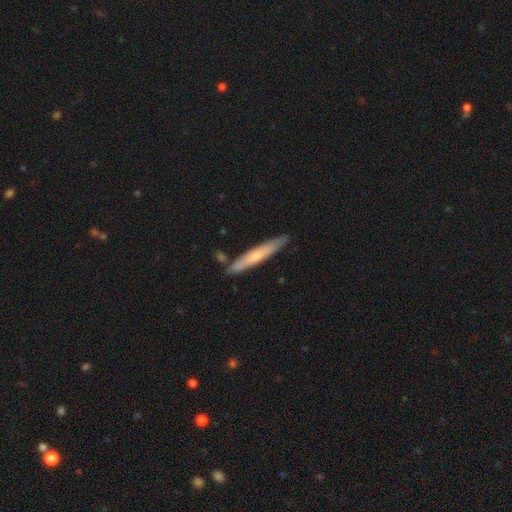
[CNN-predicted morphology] Overall: smooth (56%; featured or disk 39%). How rounded: cigar-shaped (94%). Merging: none (84%).